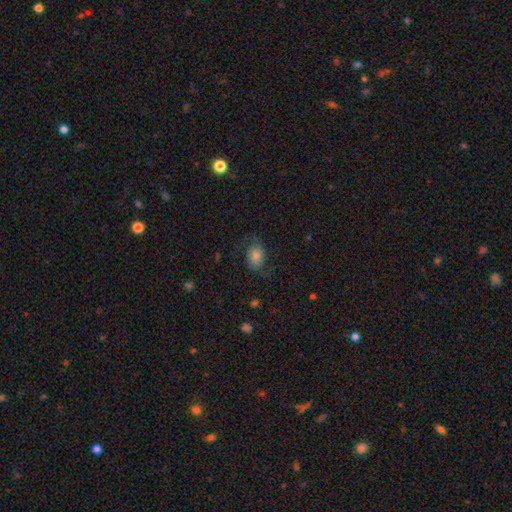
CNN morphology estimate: This is marginally a featured or disk galaxy (45%). Merging: likely none (65%).